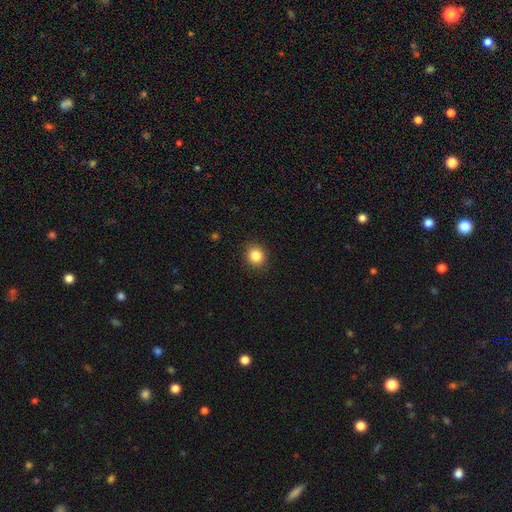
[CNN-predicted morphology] Overall: smooth (85%). How rounded: round (83%). Merging: none (90%).